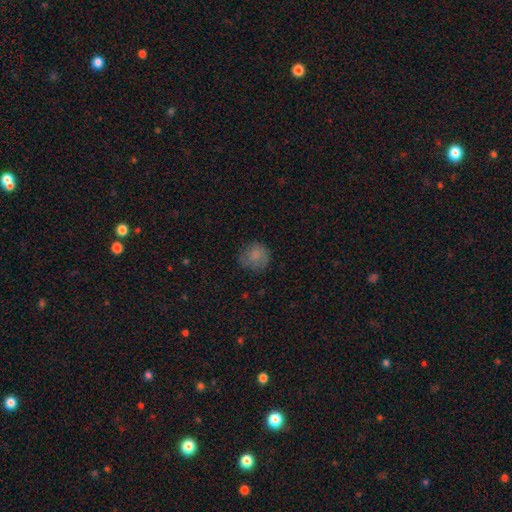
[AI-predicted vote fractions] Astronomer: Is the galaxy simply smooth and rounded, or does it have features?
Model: smooth — 73%.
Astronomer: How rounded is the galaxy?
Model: round — 86%.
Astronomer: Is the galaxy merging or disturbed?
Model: none — 70%.